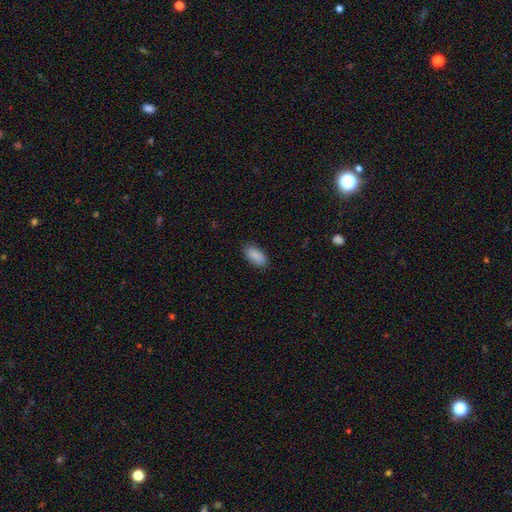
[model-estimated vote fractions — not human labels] Smooth or featured?
  - smooth: 89% *
  - star or artifact: 7%
  - featured or disk: 4%
How rounded?
  - in between: 91% *
  - cigar-shaped: 6%
  - round: 2%
Merging?
  - none: 86% *
  - minor disturbance: 10%
  - major disturbance: 2%
  - merger: 1%